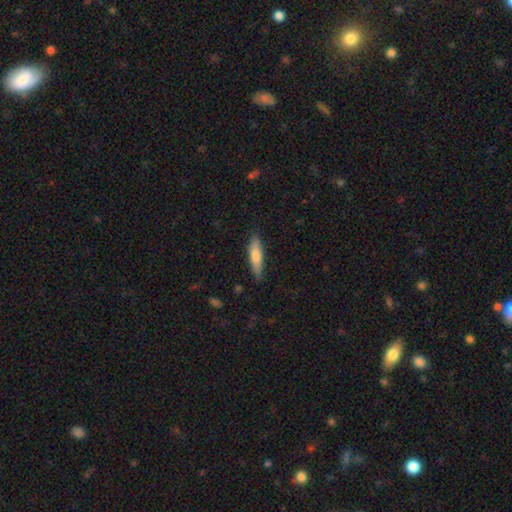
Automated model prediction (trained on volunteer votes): Smooth or featured? smooth (71%)
How rounded? cigar-shaped (75%)
Merging? none (85%)